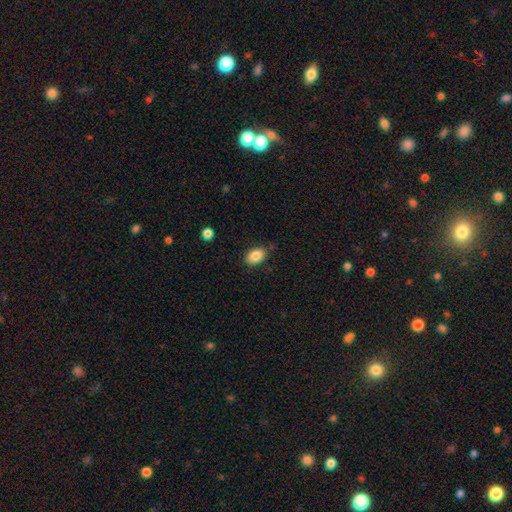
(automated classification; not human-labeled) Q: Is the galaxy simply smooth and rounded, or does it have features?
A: smooth — 86%.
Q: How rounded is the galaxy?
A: in between — 84%.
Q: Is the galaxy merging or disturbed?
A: none — 80%.